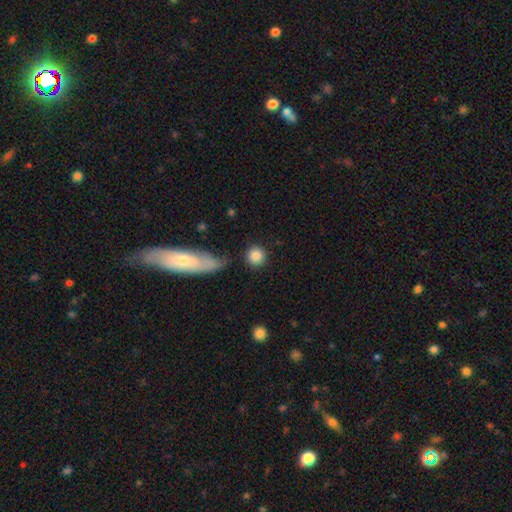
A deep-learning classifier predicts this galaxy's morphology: smooth_or_featured: smooth (p=0.85) [alt: star or artifact p=0.08]
how_rounded: round (p=0.93) [alt: in between p=0.06]
merging: none (p=0.82) [alt: minor disturbance p=0.09]